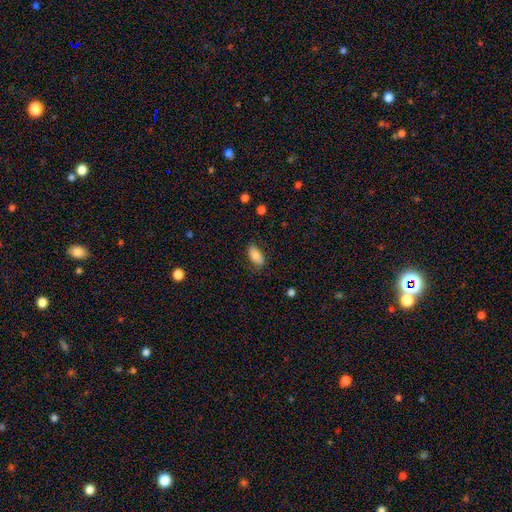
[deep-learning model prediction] This appears to be a smooth galaxy with no disk features (82%) that is in between round and cigar-shaped (87%). Merging: none (80%).